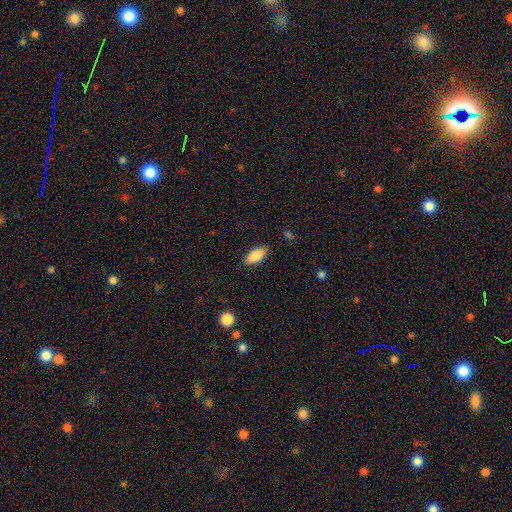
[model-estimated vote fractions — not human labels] The model was most divided on "merging": none: 87%, minor disturbance: 10%, major disturbance: 2%, merger: 1%. More confident: how rounded — in between (89%); smooth or featured — smooth (86%).